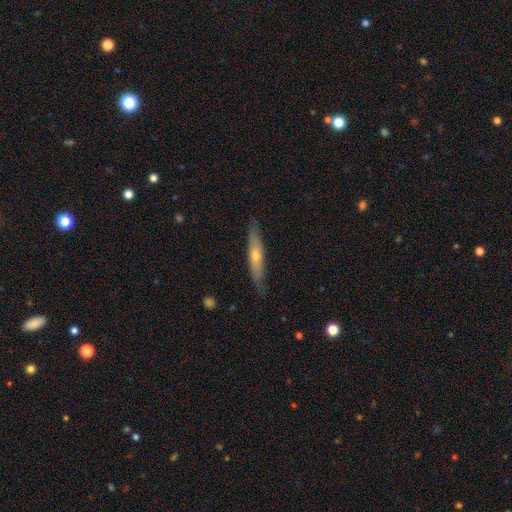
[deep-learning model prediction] smooth-or-featured: featured or disk: 49% | smooth: 45% | star or artifact: 6%
  merging: none: 85% | minor disturbance: 12% | major disturbance: 2% | merger: 1%